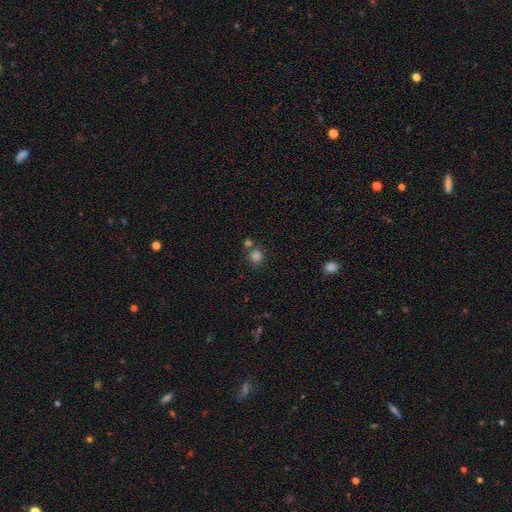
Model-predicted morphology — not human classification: Smooth or featured? smooth (81%)
How rounded? round (91%)
Merging? none (67%)